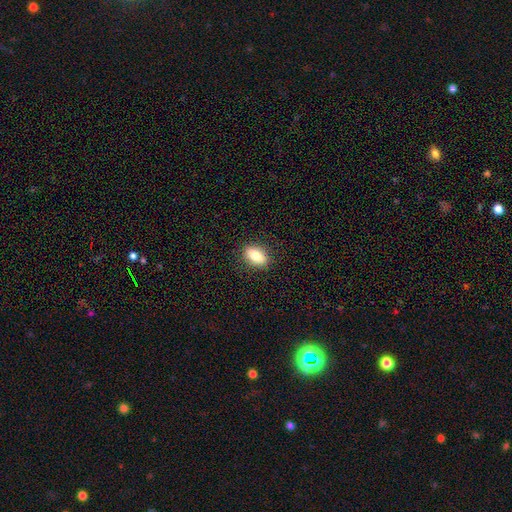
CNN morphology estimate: Q: Smooth or featured?
A: smooth (81%); runner-up: featured or disk (11%)
Q: How rounded?
A: in between (86%); runner-up: cigar-shaped (7%)
Q: Merging?
A: none (88%); runner-up: minor disturbance (9%)